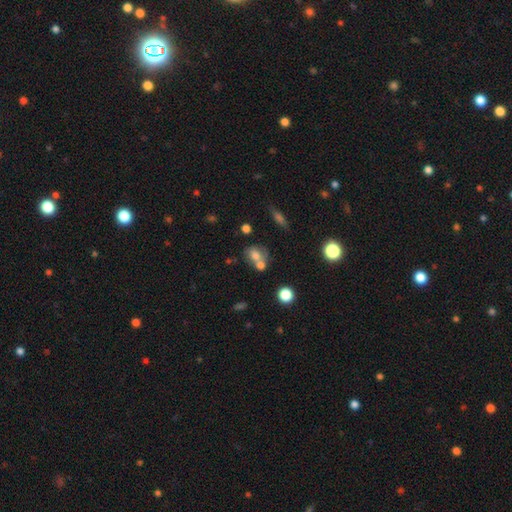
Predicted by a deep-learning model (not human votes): This appears to be a smooth galaxy with no disk features (66%) that is in between round and cigar-shaped (49%, tied with round). Merging: merger (48%).